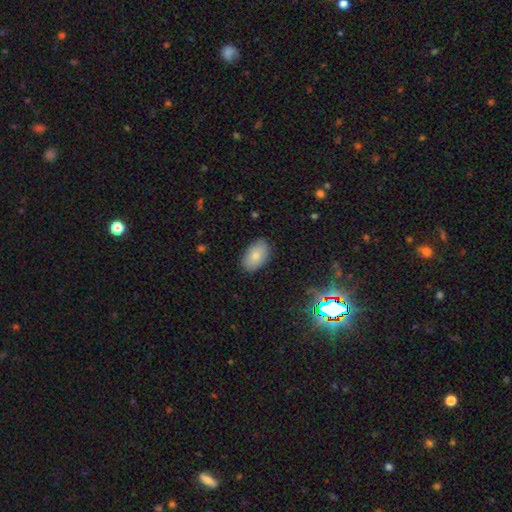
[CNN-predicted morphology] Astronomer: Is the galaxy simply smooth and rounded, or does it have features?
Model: smooth — 81%.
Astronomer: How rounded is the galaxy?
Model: in between — 92%.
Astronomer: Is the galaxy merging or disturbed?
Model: none — 85%.